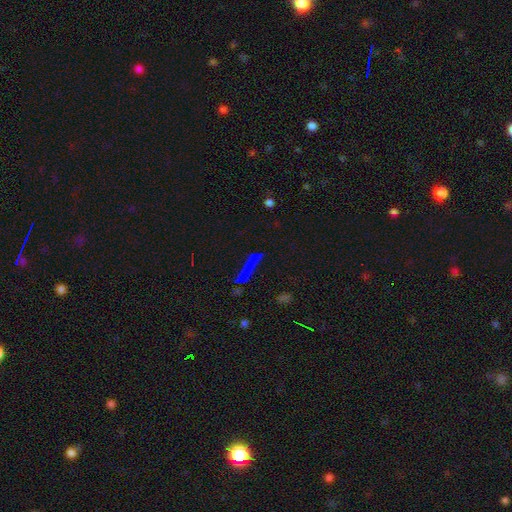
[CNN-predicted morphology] Smooth or featured? Predicted: smooth (p=0.41). Merging? Predicted: none (p=0.64).